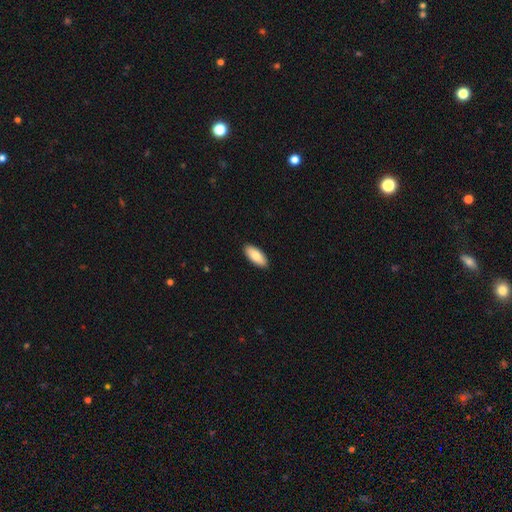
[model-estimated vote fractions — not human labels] A smooth galaxy with no disk features (84%) that is in between round and cigar-shaped (86%).

Vote fractions:
- Smooth or featured? smooth: 84% / featured or disk: 10% / star or artifact: 6%
- How rounded? in between: 86% / cigar-shaped: 12% / round: 2%
- Merging? none: 91% / minor disturbance: 7% / major disturbance: 1% / merger: 1%